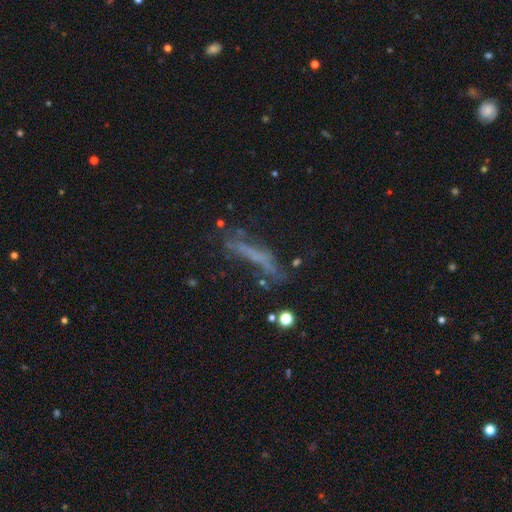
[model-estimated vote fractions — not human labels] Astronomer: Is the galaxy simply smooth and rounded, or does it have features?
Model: featured or disk — 44% (runner-up: smooth, 36%).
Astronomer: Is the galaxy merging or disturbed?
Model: none — 46% (runner-up: major disturbance, 24%).